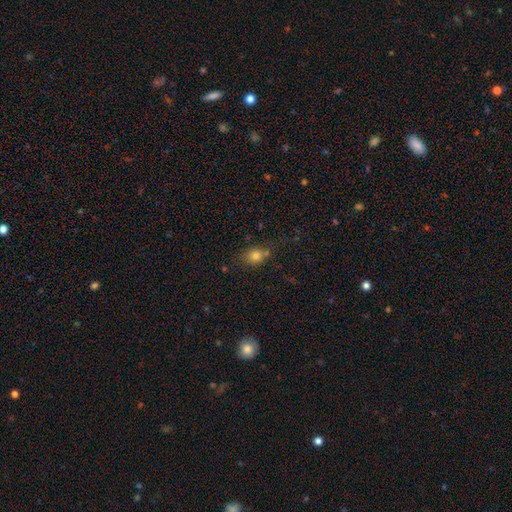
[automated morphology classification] This appears to be a smooth galaxy with no disk features (77%) that is round (53%). Merging: none (60%).